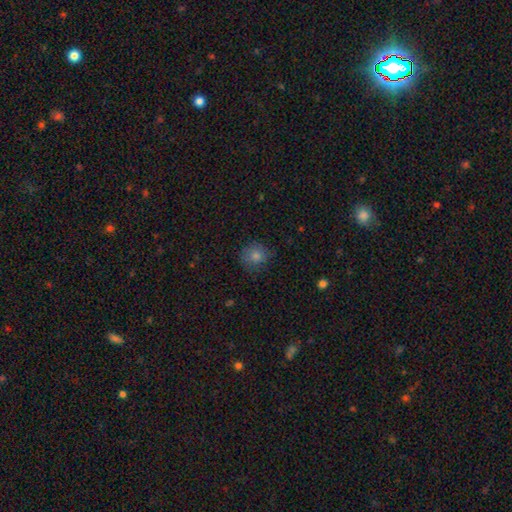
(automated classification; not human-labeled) A smooth galaxy with no disk features (76%) that is round (84%). Merging: none (79%).